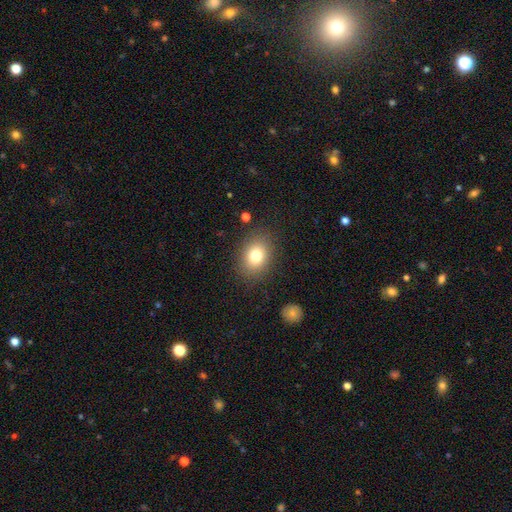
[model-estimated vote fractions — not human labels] This appears to be a smooth galaxy with no disk features (78%) that is in between round and cigar-shaped (61%). Merging: none (85%).